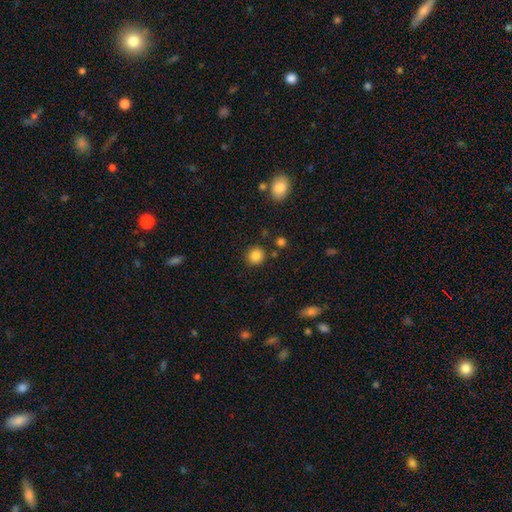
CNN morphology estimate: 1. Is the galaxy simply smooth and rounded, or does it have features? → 85% smooth, 11% star or artifact, 5% featured or disk.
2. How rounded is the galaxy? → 87% round, 12% in between, 1% cigar-shaped.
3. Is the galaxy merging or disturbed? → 87% none, 7% minor disturbance, 4% merger, 2% major disturbance.